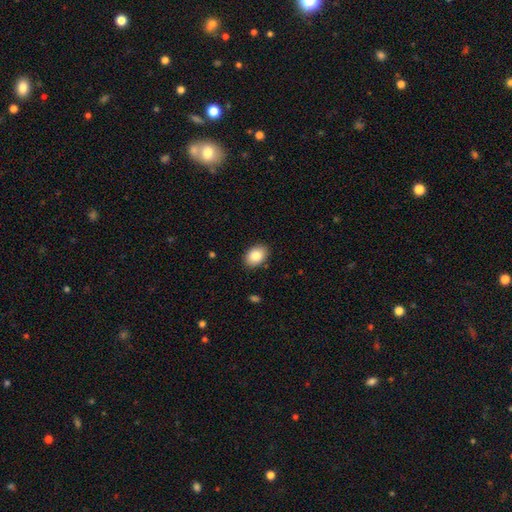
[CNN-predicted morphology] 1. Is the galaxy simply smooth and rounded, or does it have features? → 85% smooth, 7% featured or disk, 7% star or artifact.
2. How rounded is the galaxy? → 79% in between, 20% round, 1% cigar-shaped.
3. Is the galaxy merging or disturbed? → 88% none, 9% minor disturbance, 2% major disturbance, 1% merger.